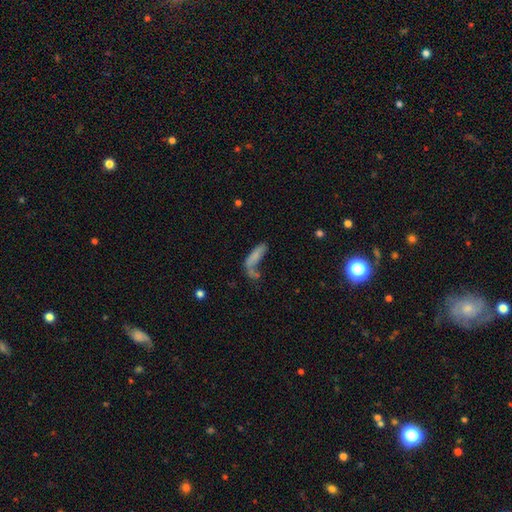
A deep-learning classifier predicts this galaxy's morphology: smooth_or_featured: smooth (p=0.61) [alt: featured or disk p=0.24]
how_rounded: cigar-shaped (p=0.56) [alt: in between p=0.40]
merging: none (p=0.33) [alt: merger p=0.26]